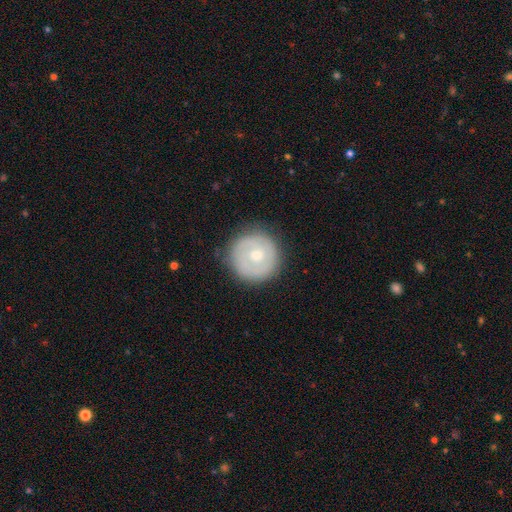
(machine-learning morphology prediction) A featured or disk galaxy (53%) with no bar (76%), spiral arms (57%) and a moderate central bulge (54%). Merging: none (83%).